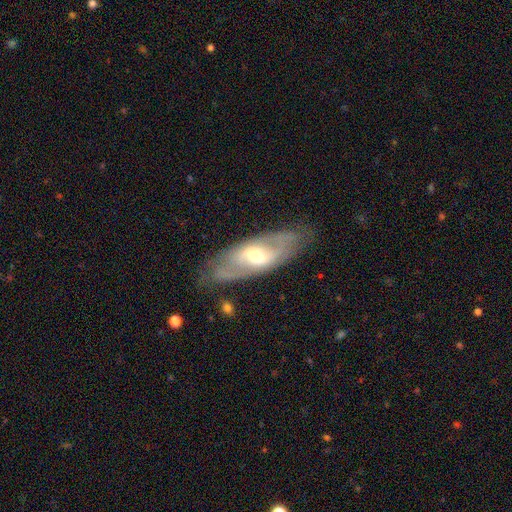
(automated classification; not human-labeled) This appears to be a featured or disk galaxy (70%) with a weak bar (46%), spiral arms (73%) and a moderate central bulge (56%). Merging: none (78%).